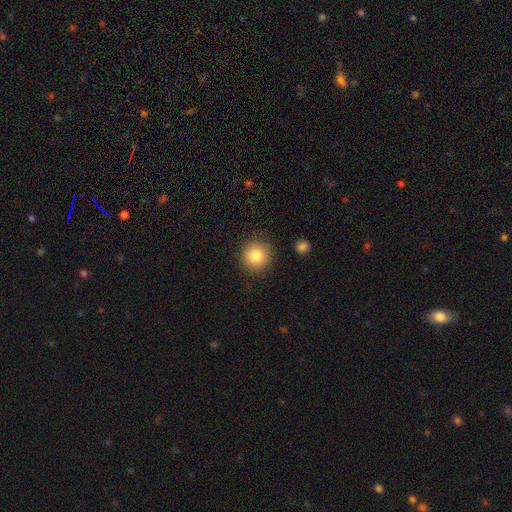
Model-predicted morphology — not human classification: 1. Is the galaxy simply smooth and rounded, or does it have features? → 84% smooth, 10% star or artifact, 6% featured or disk.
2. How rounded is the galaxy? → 93% round, 6% in between, 1% cigar-shaped.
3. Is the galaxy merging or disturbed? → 89% none, 7% minor disturbance, 3% major disturbance, 2% merger.